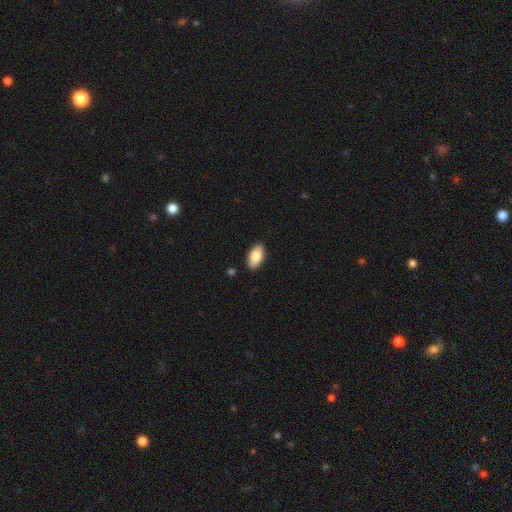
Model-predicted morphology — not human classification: Smooth or featured? Predicted: smooth (p=0.83). How rounded? Predicted: in between (p=0.94). Merging? Predicted: none (p=0.89).